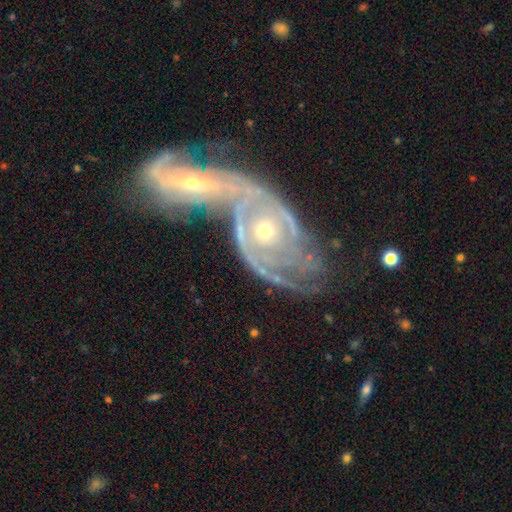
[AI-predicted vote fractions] A featured or disk galaxy (89%) with no bar (68%), 2 (42%) tight (58%) spiral arms (95%) and a small central bulge (53%). Merging: merger (73%).